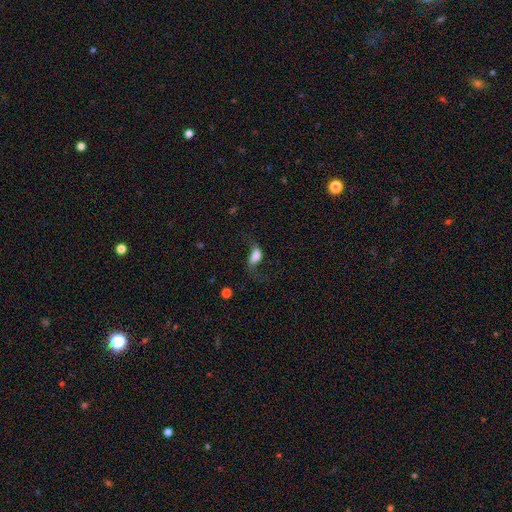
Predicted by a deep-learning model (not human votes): A smooth galaxy with no disk features (55%) that is in between round and cigar-shaped (84%).

Vote fractions:
- Smooth or featured? smooth: 55% / featured or disk: 34% / star or artifact: 11%
- How rounded? in between: 84% / round: 10% / cigar-shaped: 7%
- Merging? none: 42% / major disturbance: 32% / minor disturbance: 22% / merger: 4%